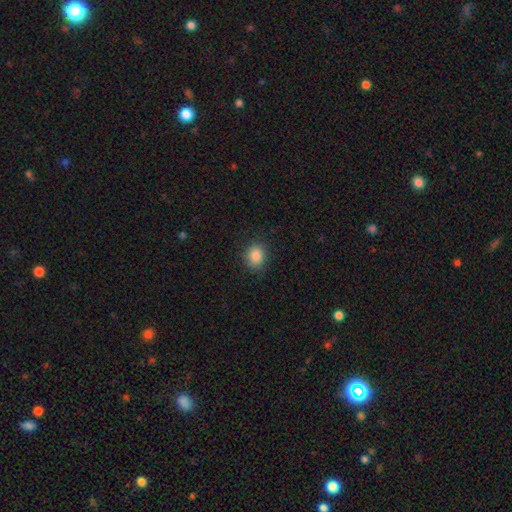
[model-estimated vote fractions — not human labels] This appears to be a smooth galaxy with no disk features (87%) that is round (60%). Merging: none (85%).